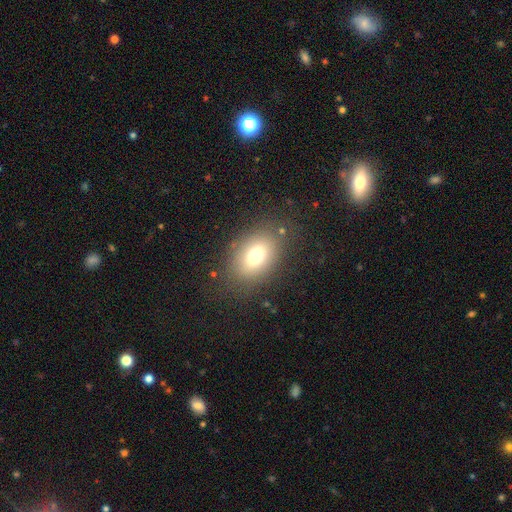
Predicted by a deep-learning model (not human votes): Smooth or featured?
  - smooth: 75% *
  - featured or disk: 13%
  - star or artifact: 12%
How rounded?
  - in between: 77% *
  - round: 21%
  - cigar-shaped: 1%
Merging?
  - none: 80% *
  - minor disturbance: 12%
  - major disturbance: 7%
  - merger: 2%